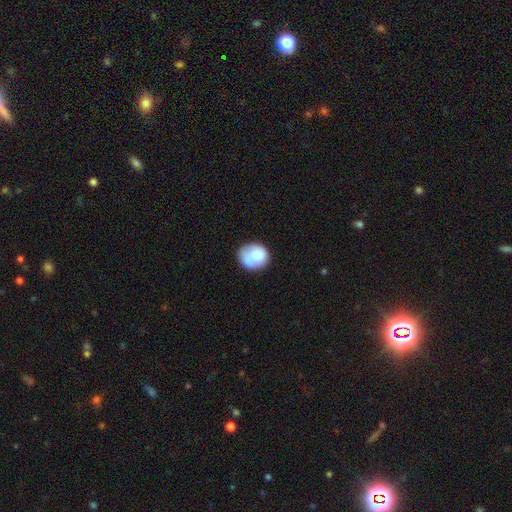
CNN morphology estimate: Smooth or featured? smooth (77%)
How rounded? round (67%)
Merging? none (55%)